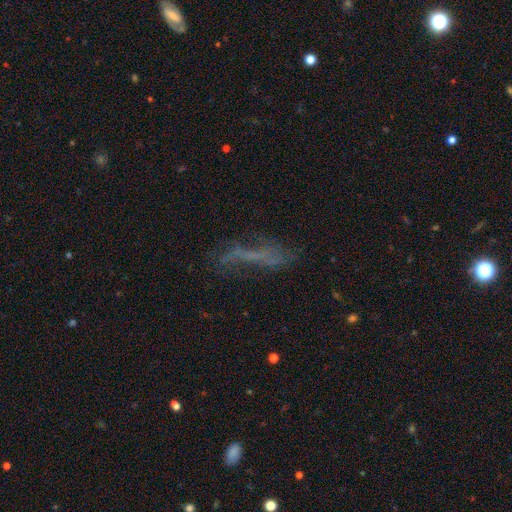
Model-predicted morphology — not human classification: A smooth galaxy with no disk features (41%).

Vote fractions:
- Smooth or featured? smooth: 41% / featured or disk: 35% / star or artifact: 24%
- Merging? none: 51% / major disturbance: 22% / minor disturbance: 22% / merger: 6%